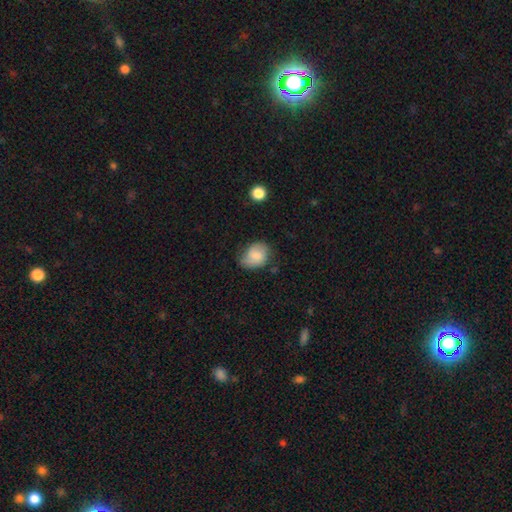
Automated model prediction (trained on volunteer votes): Smooth or featured? smooth (65%)
How rounded? in between (51%)
Merging? none (56%)